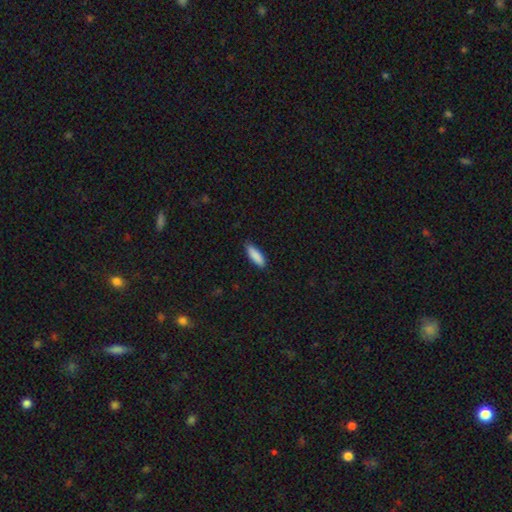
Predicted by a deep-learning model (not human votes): This is clearly a smooth galaxy (90%). How rounded: possibly in between (51%). Merging: clearly none (87%).